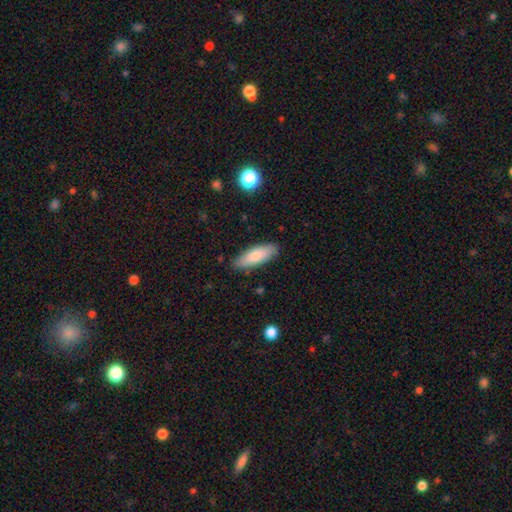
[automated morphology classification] The model was most divided on "how rounded": in between: 54%, cigar-shaped: 44%, round: 2%. More confident: merging — none (87%); smooth or featured — smooth (82%).